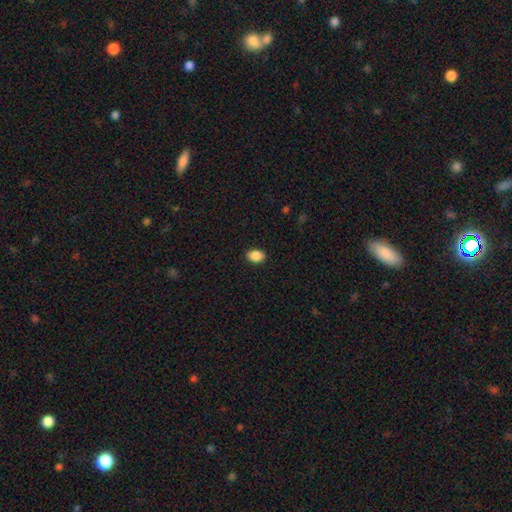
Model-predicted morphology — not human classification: Smooth or featured?
  - smooth: 89% *
  - star or artifact: 8%
  - featured or disk: 3%
How rounded?
  - in between: 76% *
  - round: 23%
  - cigar-shaped: 1%
Merging?
  - none: 90% *
  - minor disturbance: 7%
  - major disturbance: 2%
  - merger: 1%